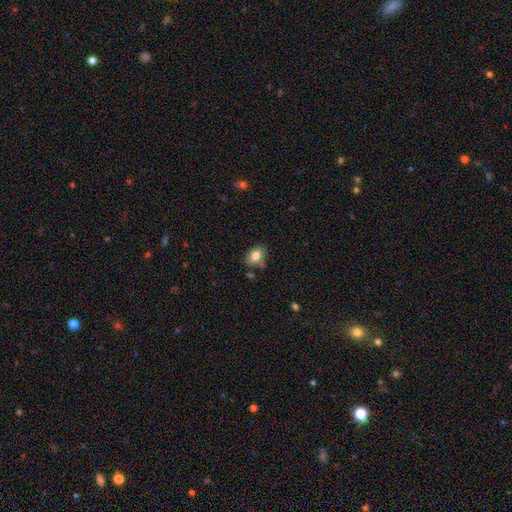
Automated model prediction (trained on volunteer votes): smooth 78%, featured or disk 13%, star or artifact 9%. Down the decision tree: how rounded — in between (77%); merging — none (66%).